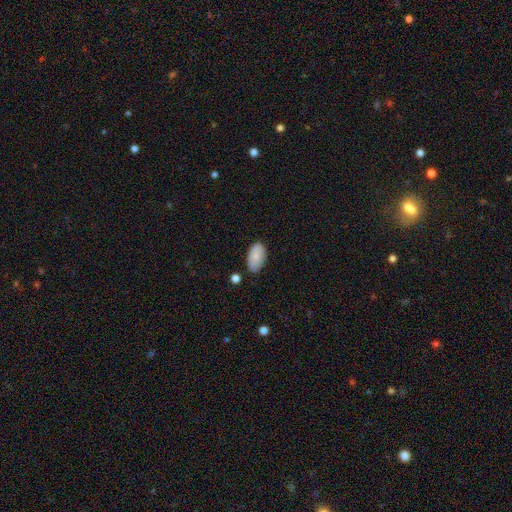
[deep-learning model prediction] Overall: smooth (85%). How rounded: in between (95%). Merging: none (79%).